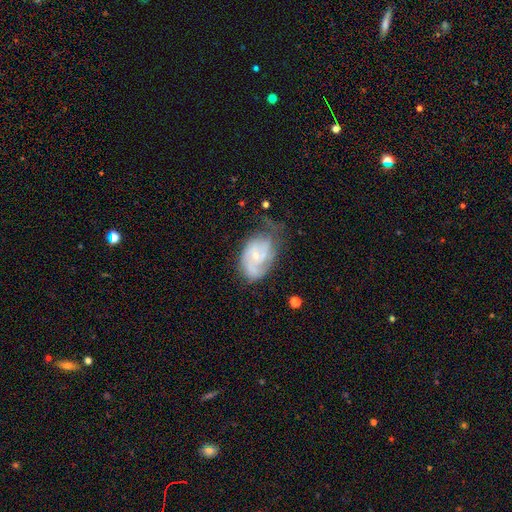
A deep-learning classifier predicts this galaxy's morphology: Smooth or featured: featured or disk — 76% (smooth — 18%)
Edge-on disk: no — 97% (yes — 3%)
Bar: no — 70% (weak — 26%)
Spiral arms: yes — 88% (no — 12%)
Spiral winding: tight — 48% (medium — 38%)
Spiral arm count: 2 — 40% (can't tell — 30%)
Bulge size: small — 63% (moderate — 34%)
Merging: none — 46% (minor disturbance — 32%)